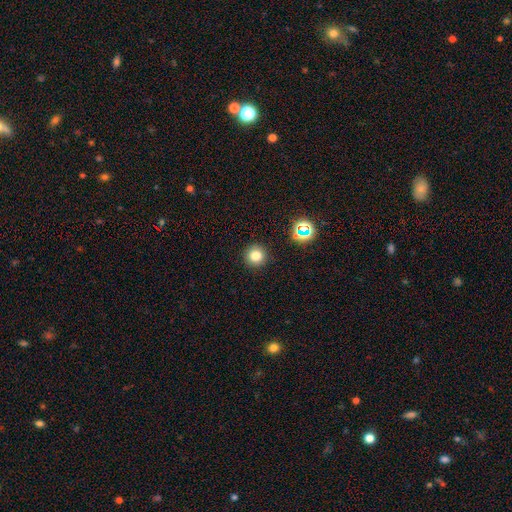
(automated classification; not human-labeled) Smooth or featured? Predicted: smooth (p=0.77). How rounded? Predicted: round (p=0.95). Merging? Predicted: none (p=0.91).